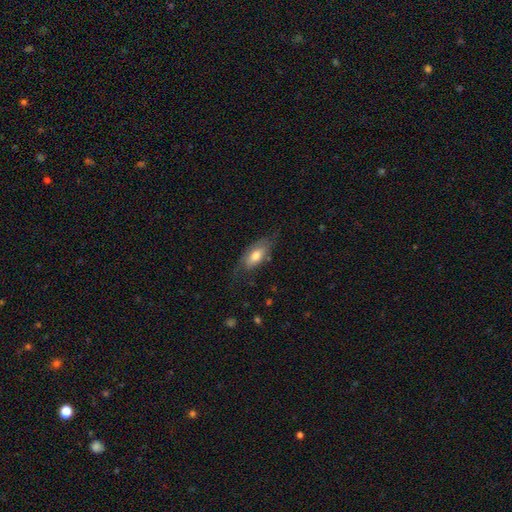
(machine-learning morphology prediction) This is likely a smooth galaxy (62%). How rounded: clearly in between (86%). Merging: possibly none (58%).